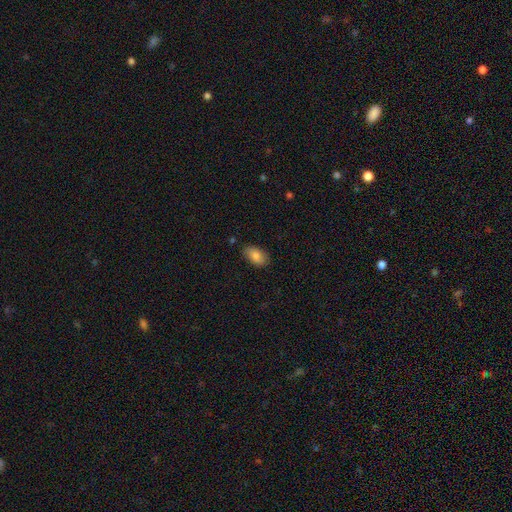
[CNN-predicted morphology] Smooth or featured? smooth (84%)
How rounded? in between (93%)
Merging? none (82%)